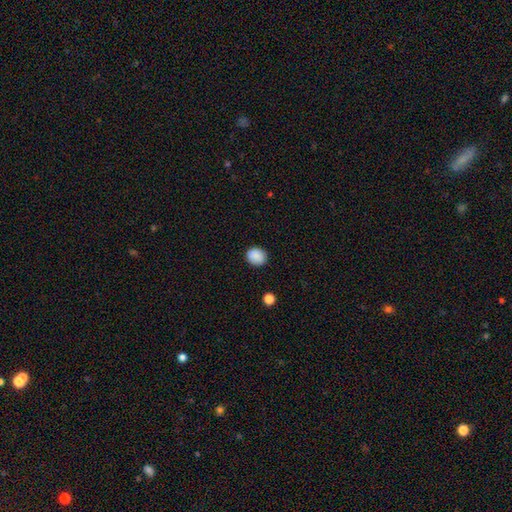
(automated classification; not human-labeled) This appears to be a smooth galaxy with no disk features (88%) that is round (72%). Merging: none (88%).